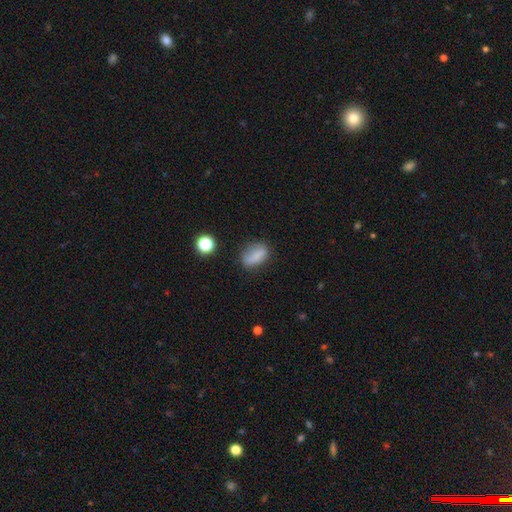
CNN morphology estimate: Smooth or featured? Predicted: smooth (p=0.75). How rounded? Predicted: in between (p=0.78). Merging? Predicted: none (p=0.62).